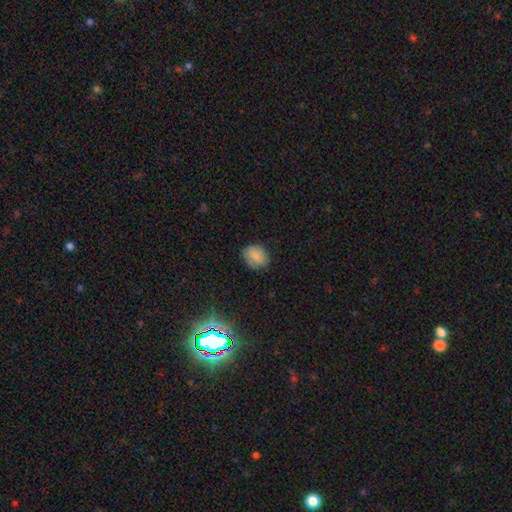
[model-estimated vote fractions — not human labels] A smooth galaxy with no disk features (82%) that is round (53%).

Vote fractions:
- Smooth or featured? smooth: 82% / star or artifact: 10% / featured or disk: 8%
- How rounded? round: 53% / in between: 45% / cigar-shaped: 1%
- Merging? none: 77% / minor disturbance: 18% / major disturbance: 4% / merger: 1%